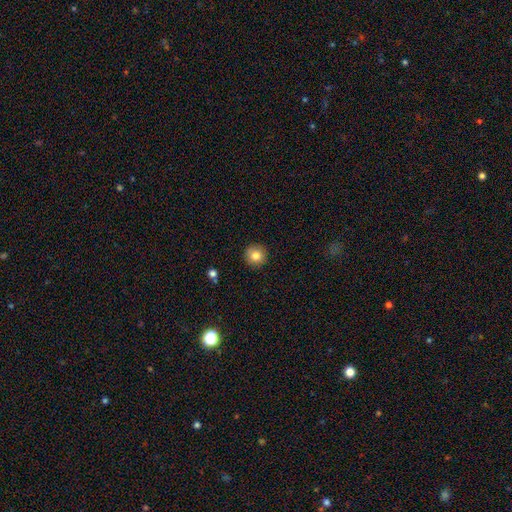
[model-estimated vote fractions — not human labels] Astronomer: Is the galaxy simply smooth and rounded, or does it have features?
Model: smooth — 82%.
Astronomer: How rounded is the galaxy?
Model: round — 94%.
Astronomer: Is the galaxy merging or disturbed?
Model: none — 92%.